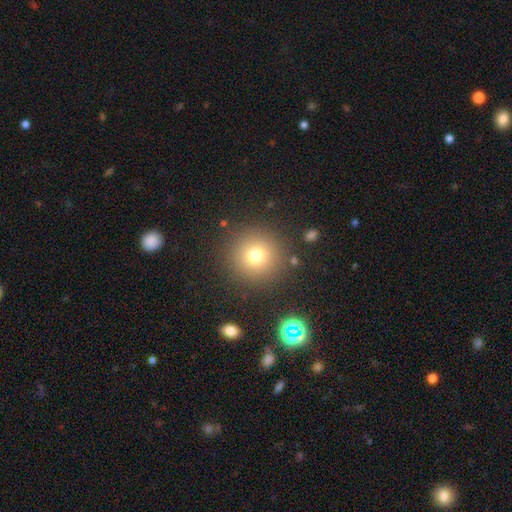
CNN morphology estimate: Overall: smooth (74%). How rounded: round (95%). Merging: none (88%).